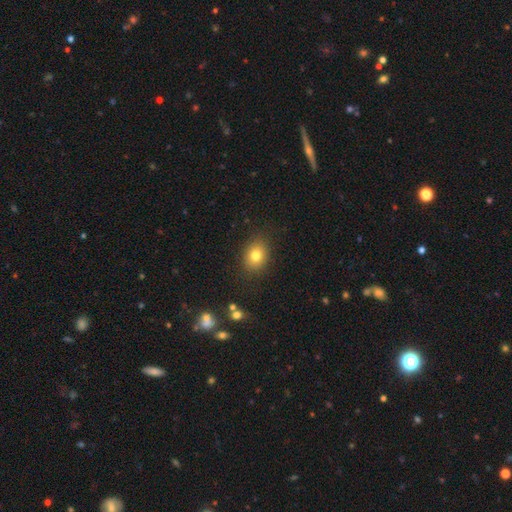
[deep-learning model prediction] Overall: smooth (79%). How rounded: in between (53%; round 46%). Merging: none (86%).